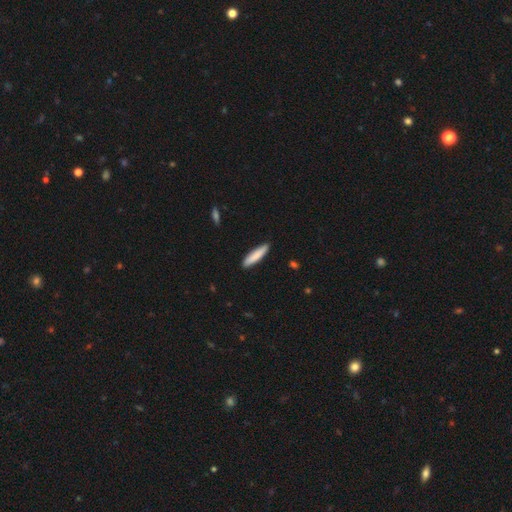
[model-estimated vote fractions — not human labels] A smooth galaxy with no disk features (84%) that is cigar-shaped (85%). Merging: none (89%).